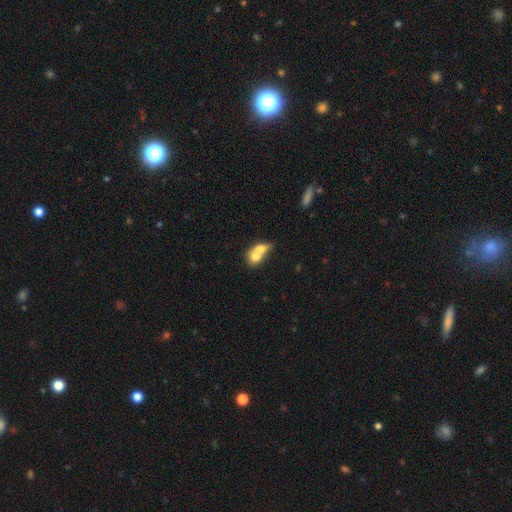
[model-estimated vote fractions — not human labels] smooth-or-featured: smooth: 69% | featured or disk: 24% | star or artifact: 8%
  how-rounded: in between: 51% | round: 46% | cigar-shaped: 3%
  merging: merger: 76% | none: 15% | minor disturbance: 6% | major disturbance: 4%